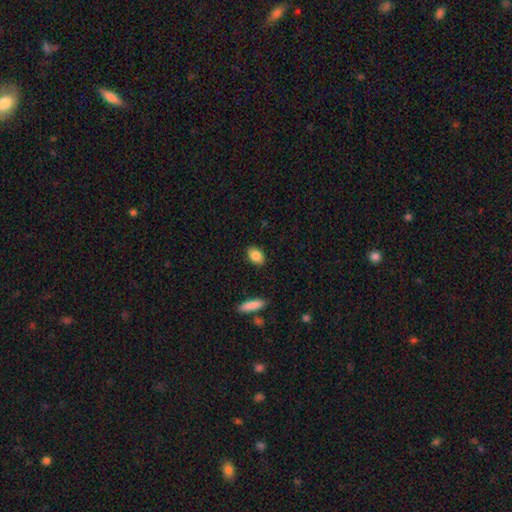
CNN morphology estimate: Smooth or featured?
  - smooth: 86% *
  - star or artifact: 8%
  - featured or disk: 7%
How rounded?
  - in between: 83% *
  - round: 15%
  - cigar-shaped: 2%
Merging?
  - none: 88% *
  - minor disturbance: 9%
  - major disturbance: 2%
  - merger: 2%